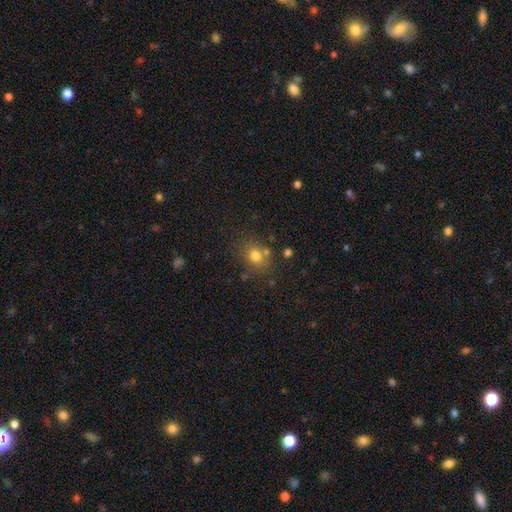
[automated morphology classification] The model was most divided on "how rounded": round: 61%, in between: 38%, cigar-shaped: 1%. More confident: smooth or featured — smooth (76%); merging — none (70%).